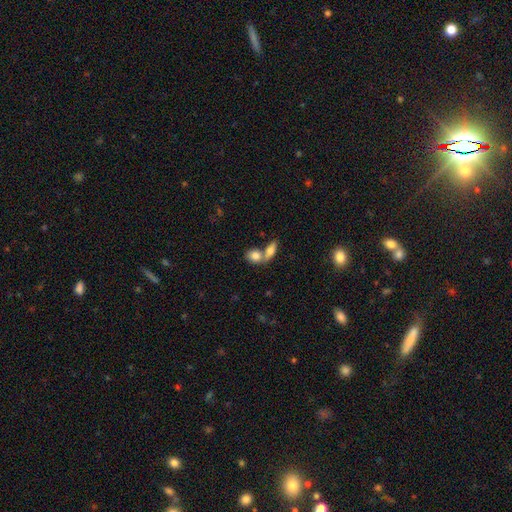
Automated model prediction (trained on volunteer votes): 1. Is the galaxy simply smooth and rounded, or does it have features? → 80% smooth, 13% featured or disk, 7% star or artifact.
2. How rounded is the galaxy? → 62% in between, 33% round, 5% cigar-shaped.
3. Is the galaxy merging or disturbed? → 51% merger, 38% none, 8% minor disturbance, 3% major disturbance.